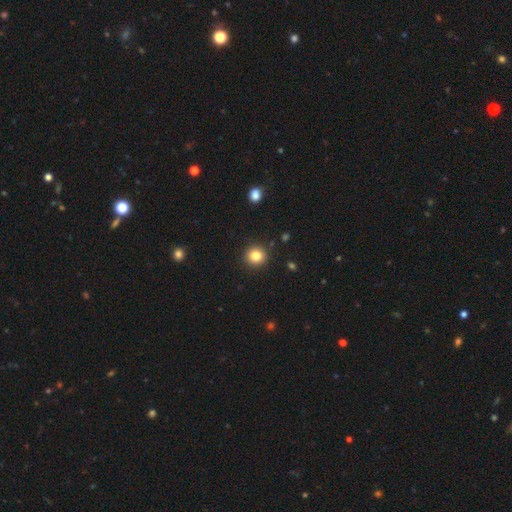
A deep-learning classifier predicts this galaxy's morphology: A smooth galaxy with no disk features (83%) that is round (93%).

Vote fractions:
- Smooth or featured? smooth: 83% / star or artifact: 11% / featured or disk: 6%
- How rounded? round: 93% / in between: 6% / cigar-shaped: 1%
- Merging? none: 92% / minor disturbance: 5% / major disturbance: 2% / merger: 1%